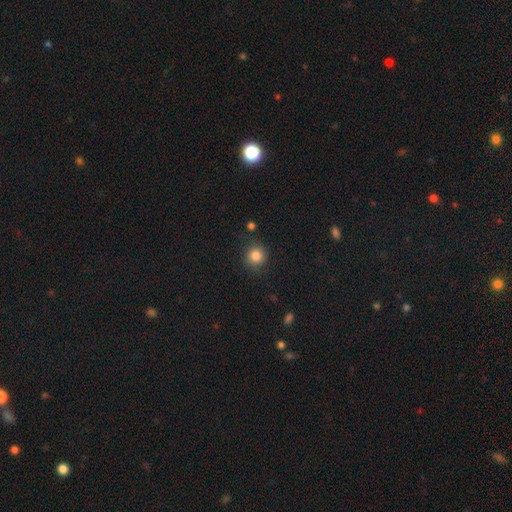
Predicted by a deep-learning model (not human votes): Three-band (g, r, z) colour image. It shows a smooth galaxy with no disk features (84%) that is round (89%). Merging: none (83%).